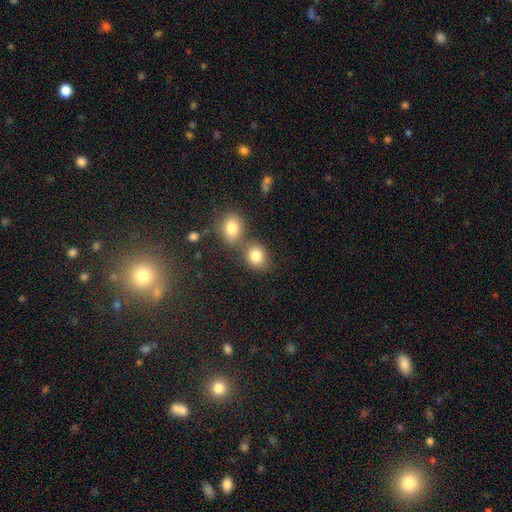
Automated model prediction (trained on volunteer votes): Smooth or featured?
  - smooth: 82% *
  - star or artifact: 11%
  - featured or disk: 7%
How rounded?
  - round: 65% *
  - in between: 34%
  - cigar-shaped: 1%
Merging?
  - none: 54% *
  - merger: 33%
  - minor disturbance: 10%
  - major disturbance: 4%